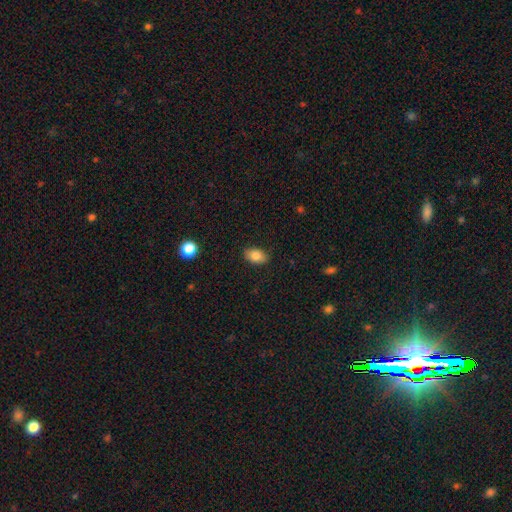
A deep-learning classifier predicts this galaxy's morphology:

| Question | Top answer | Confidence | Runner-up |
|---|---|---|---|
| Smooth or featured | smooth | 83% | featured or disk (9%) |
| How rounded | in between | 88% | round (10%) |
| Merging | none | 87% | minor disturbance (10%) |